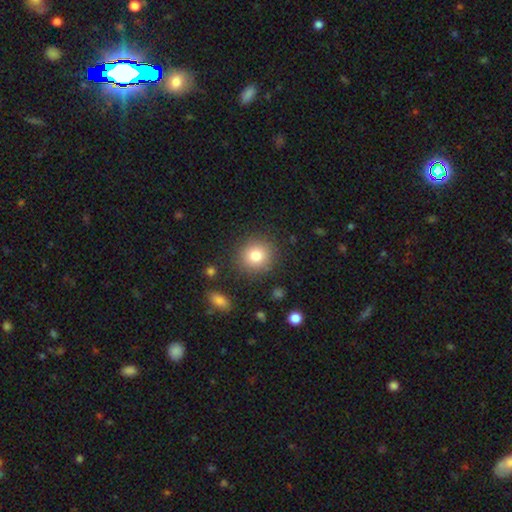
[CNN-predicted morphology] smooth_or_featured: smooth (p=0.81) [alt: star or artifact p=0.11]
how_rounded: round (p=0.87) [alt: in between p=0.12]
merging: none (p=0.86) [alt: minor disturbance p=0.08]